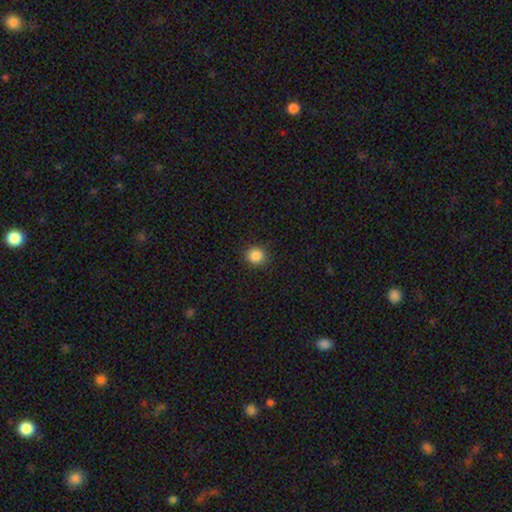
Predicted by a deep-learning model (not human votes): Overall: smooth (87%). How rounded: round (86%). Merging: none (90%).